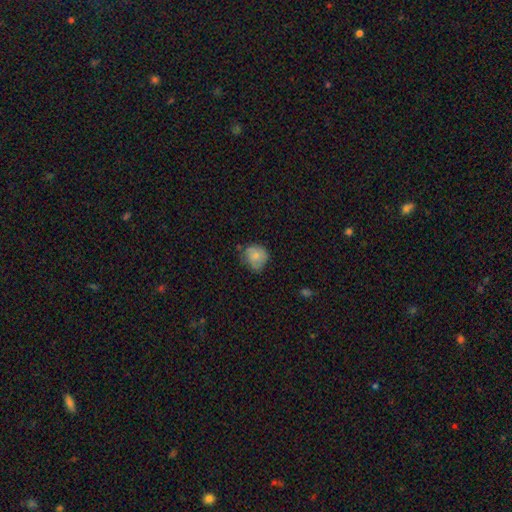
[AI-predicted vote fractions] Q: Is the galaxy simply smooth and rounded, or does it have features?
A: smooth — 72%.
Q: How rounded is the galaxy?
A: round — 74%.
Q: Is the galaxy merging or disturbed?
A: none — 49%.